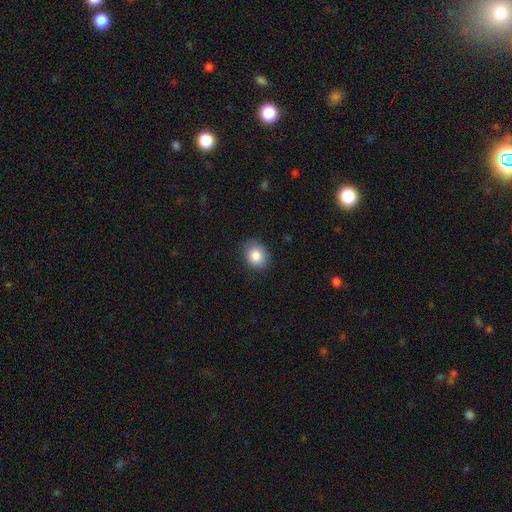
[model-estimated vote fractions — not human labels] This appears to be a smooth galaxy with no disk features (86%) that is round (57%). Merging: none (84%).